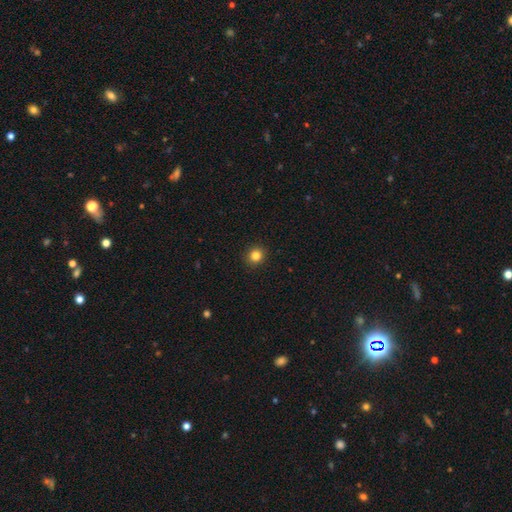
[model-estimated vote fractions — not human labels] A smooth galaxy with no disk features (83%) that is round (91%).

Vote fractions:
- Smooth or featured? smooth: 83% / star or artifact: 12% / featured or disk: 5%
- How rounded? round: 91% / in between: 8% / cigar-shaped: 1%
- Merging? none: 93% / minor disturbance: 5% / major disturbance: 2% / merger: 1%